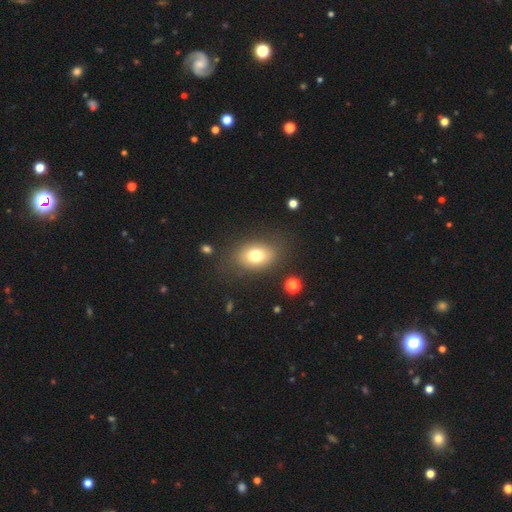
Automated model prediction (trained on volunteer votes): smooth 75%, featured or disk 15%, star or artifact 11%. Down the decision tree: how rounded — in between (74%); merging — none (80%).